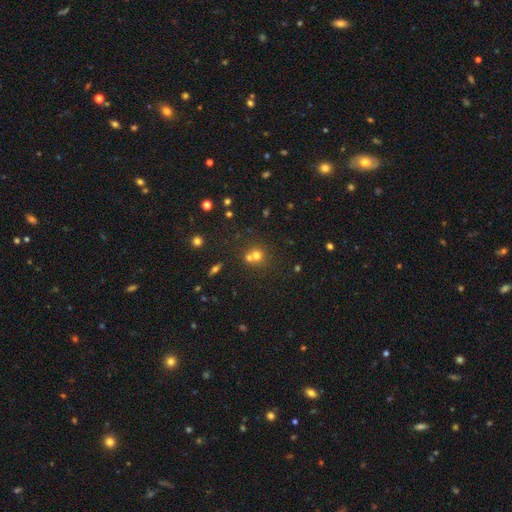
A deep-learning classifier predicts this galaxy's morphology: Smooth or featured? smooth (64%)
How rounded? round (86%)
Merging? none (48%)